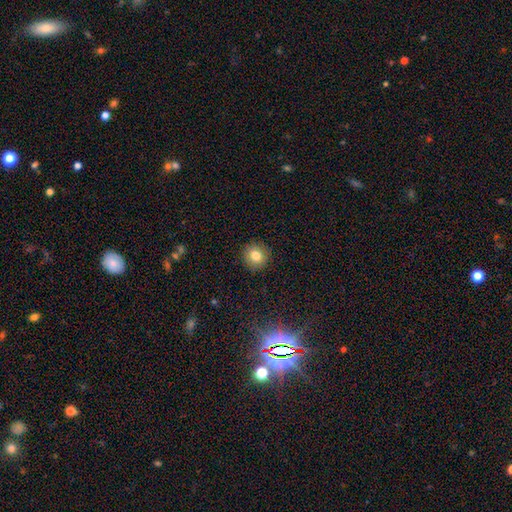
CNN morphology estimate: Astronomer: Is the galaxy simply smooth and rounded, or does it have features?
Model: smooth — 81%.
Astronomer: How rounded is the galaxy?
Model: round — 92%.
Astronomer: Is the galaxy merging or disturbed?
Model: none — 91%.